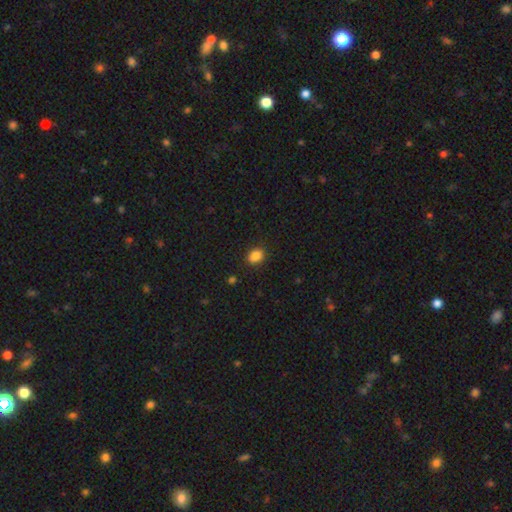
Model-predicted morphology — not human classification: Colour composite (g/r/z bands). It shows a smooth galaxy with no disk features (85%) that is in between round and cigar-shaped (61%). Merging: none (83%).